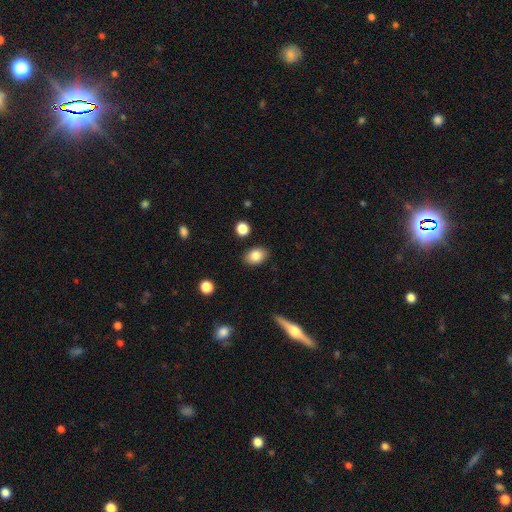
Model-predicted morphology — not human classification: A smooth galaxy with no disk features (83%) that is in between round and cigar-shaped (81%). Merging: none (86%).